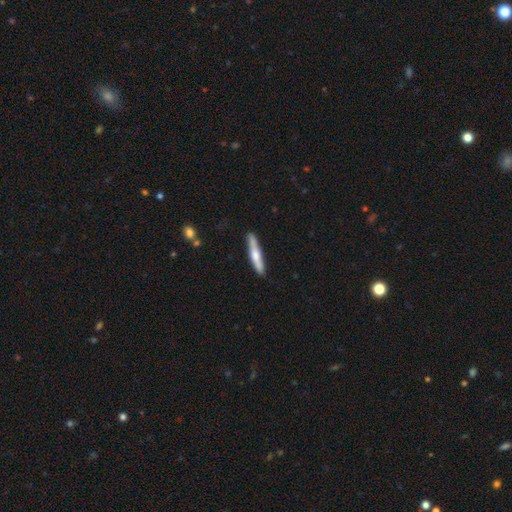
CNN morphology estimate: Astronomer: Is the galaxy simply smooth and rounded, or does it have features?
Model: smooth — 55% (runner-up: featured or disk, 40%).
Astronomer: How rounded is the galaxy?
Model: cigar-shaped — 92%.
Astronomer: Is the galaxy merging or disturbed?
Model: none — 87%.